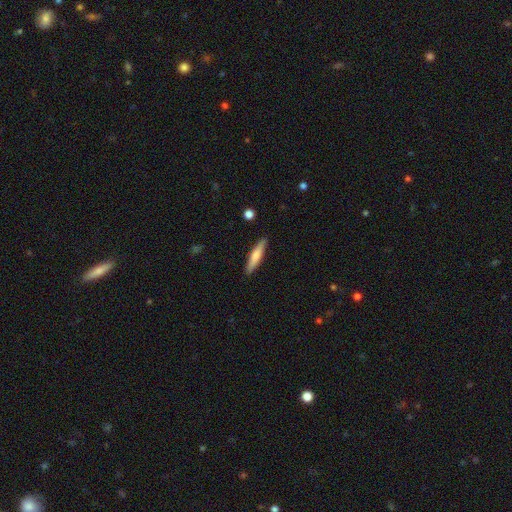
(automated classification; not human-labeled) Overall: smooth (66%; featured or disk 29%). How rounded: cigar-shaped (87%). Merging: none (90%).